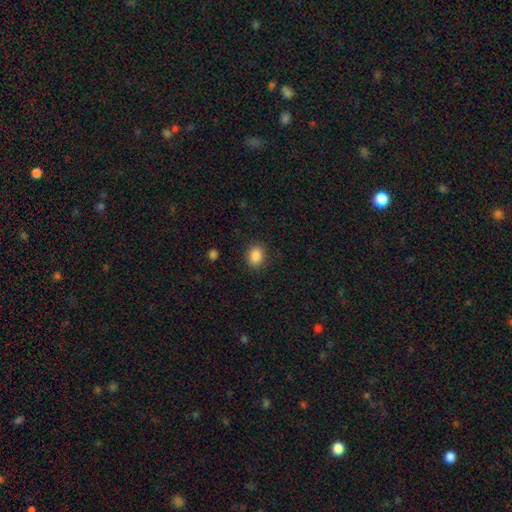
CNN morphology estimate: Smooth or featured: smooth — 87% (star or artifact — 9%)
How rounded: in between — 52% (round — 47%)
Merging: none — 87% (minor disturbance — 9%)